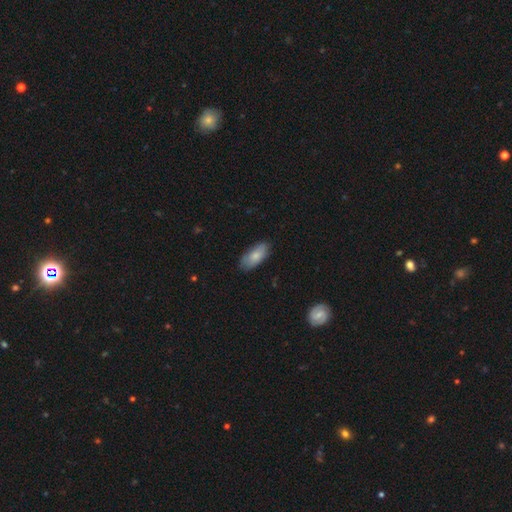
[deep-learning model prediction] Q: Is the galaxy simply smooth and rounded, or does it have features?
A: smooth — 78%.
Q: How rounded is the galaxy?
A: in between — 88%.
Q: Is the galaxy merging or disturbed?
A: none — 79%.